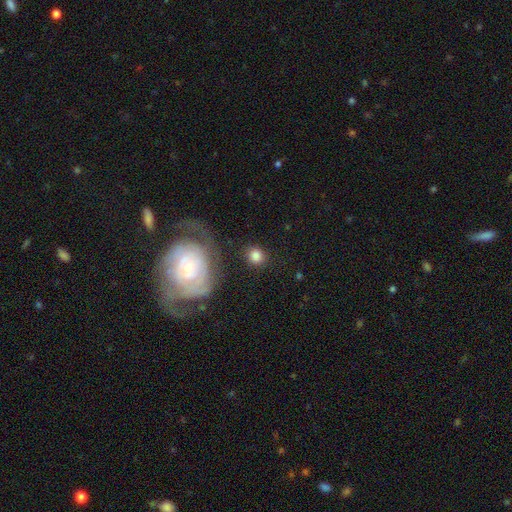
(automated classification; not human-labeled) smooth_or_featured: smooth (p=0.80) [alt: featured or disk p=0.11]
how_rounded: round (p=0.84) [alt: in between p=0.15]
merging: none (p=0.82) [alt: minor disturbance p=0.09]